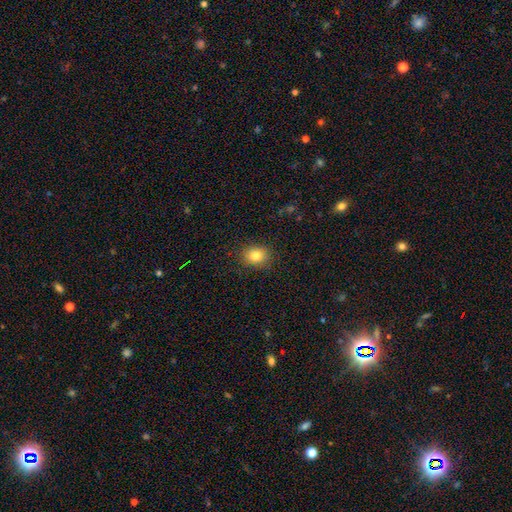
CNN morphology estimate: The model was most divided on "how rounded": round: 57%, in between: 42%, cigar-shaped: 1%. More confident: merging — none (88%); smooth or featured — smooth (81%).